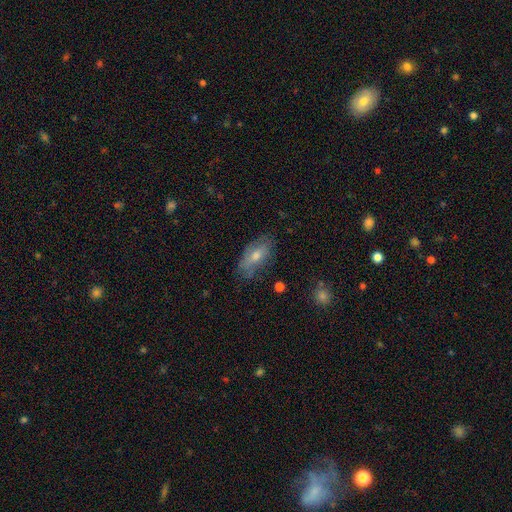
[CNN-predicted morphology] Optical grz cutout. It shows a smooth galaxy with no disk features (53%) that is in between round and cigar-shaped (83%). Merging: none (71%).